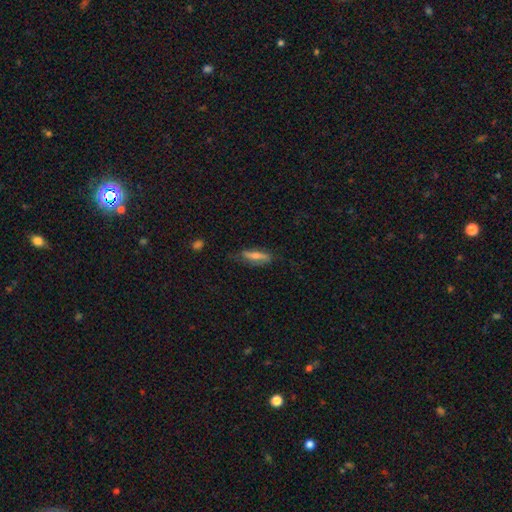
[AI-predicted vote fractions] Smooth or featured? smooth (52%)
How rounded? cigar-shaped (65%)
Merging? none (69%)